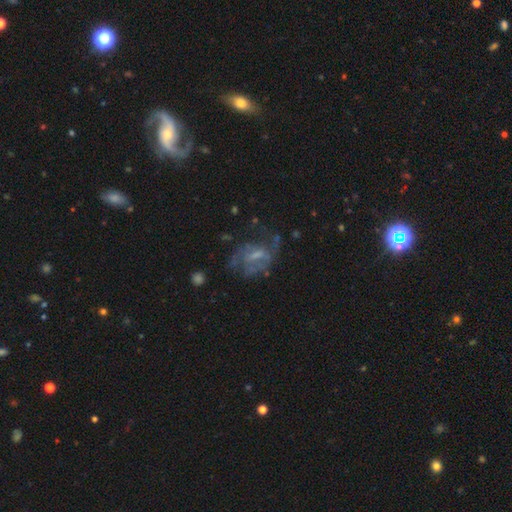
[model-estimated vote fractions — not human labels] smooth-or-featured: featured or disk: 64% | smooth: 23% | star or artifact: 13%
  disk-edge-on: no: 96% | yes: 4%
    bar: weak: 45% | no: 41% | strong: 14%
    has-spiral-arms: yes: 57% | no: 43%
    bulge-size: small: 35% | none: 30% | moderate: 30% | large: 4% | dominant: 1%
  merging: none: 41% | major disturbance: 33% | minor disturbance: 22% | merger: 4%